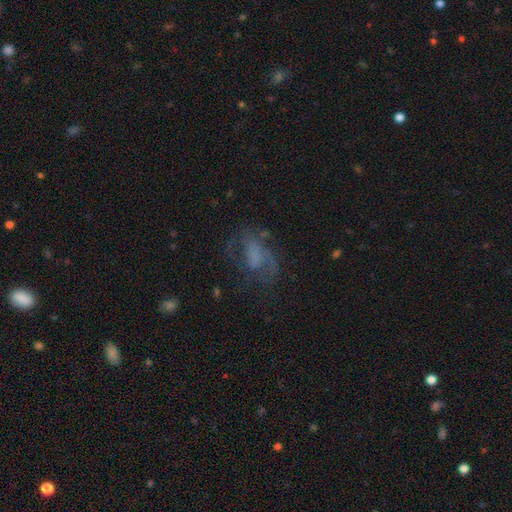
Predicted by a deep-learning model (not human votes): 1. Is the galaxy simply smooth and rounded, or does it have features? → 58% featured or disk, 28% smooth, 15% star or artifact.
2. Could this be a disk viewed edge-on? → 97% no, 3% yes.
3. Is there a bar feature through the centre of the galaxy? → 61% no, 30% weak, 9% strong.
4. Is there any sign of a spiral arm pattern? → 72% yes, 28% no.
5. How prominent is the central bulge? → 56% none, 16% small, 15% moderate, 11% large, 2% dominant.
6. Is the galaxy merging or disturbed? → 49% none, 28% major disturbance, 20% minor disturbance, 3% merger.